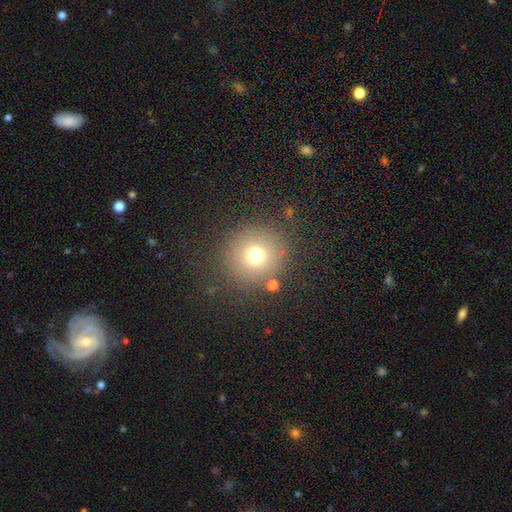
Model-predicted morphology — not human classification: Smooth or featured: smooth — 72% (star or artifact — 17%)
How rounded: round — 93% (in between — 6%)
Merging: none — 83% (minor disturbance — 8%)